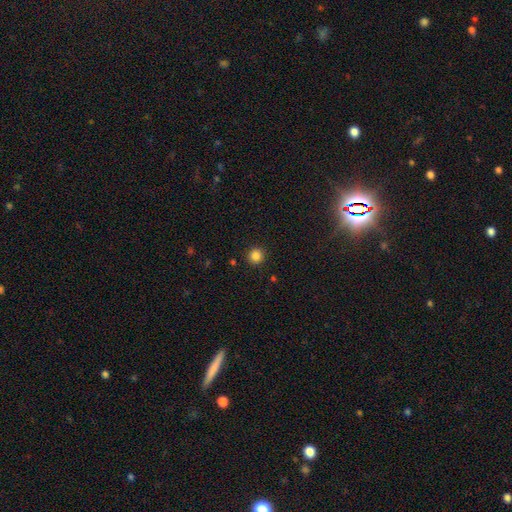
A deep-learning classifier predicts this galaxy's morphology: This appears to be a smooth galaxy with no disk features (85%) that is round (93%). Merging: none (92%).